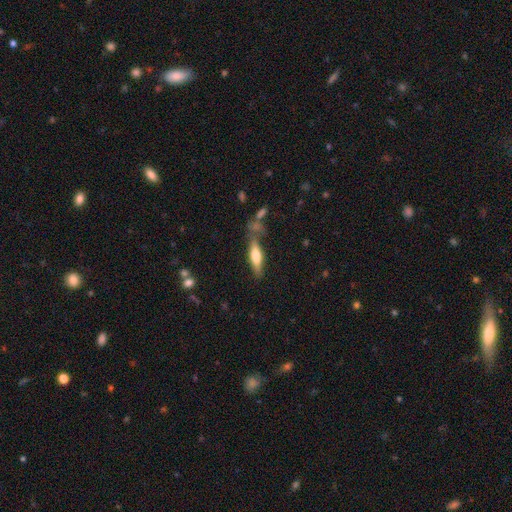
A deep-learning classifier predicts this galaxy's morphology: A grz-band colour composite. It shows a smooth galaxy with no disk features (50%). Merging: none (70%).